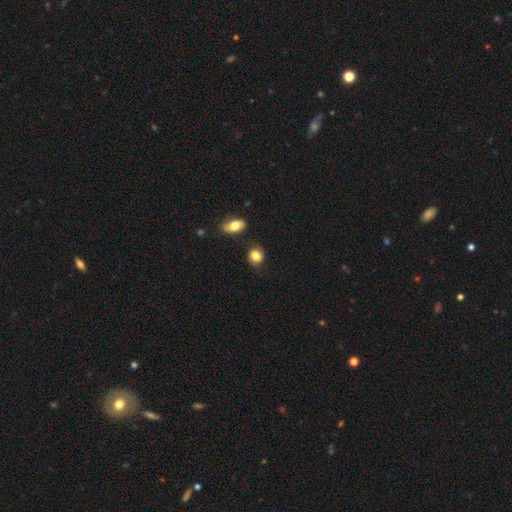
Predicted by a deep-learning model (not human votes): smooth-or-featured: smooth: 82% | star or artifact: 9% | featured or disk: 9%
  how-rounded: round: 60% | in between: 39% | cigar-shaped: 1%
  merging: none: 73% | minor disturbance: 16% | merger: 6% | major disturbance: 4%